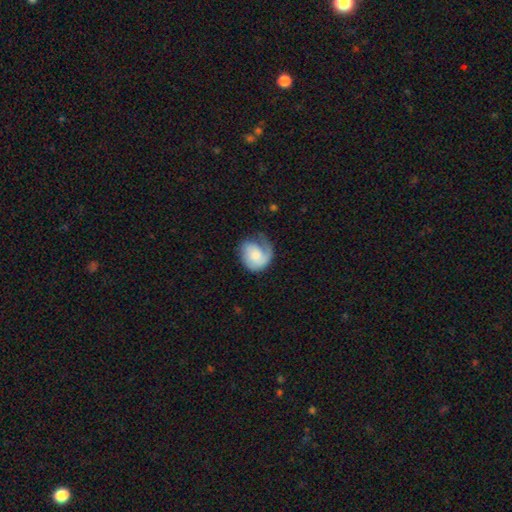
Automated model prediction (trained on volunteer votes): smooth-or-featured: featured or disk: 49% | smooth: 44% | star or artifact: 6%
  merging: none: 42% | minor disturbance: 29% | major disturbance: 28% | merger: 2%